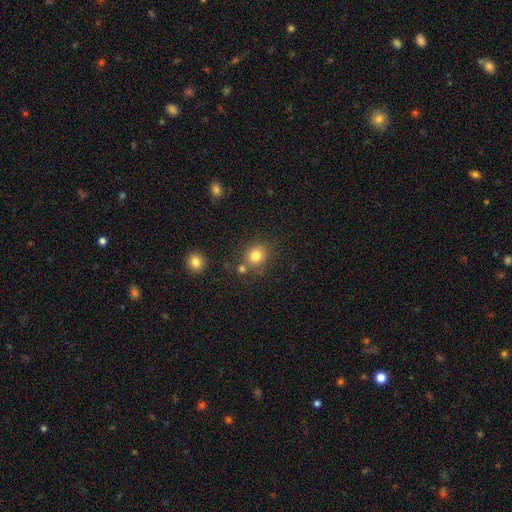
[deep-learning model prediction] A smooth galaxy with no disk features (81%) that is round (81%). Merging: none (71%).